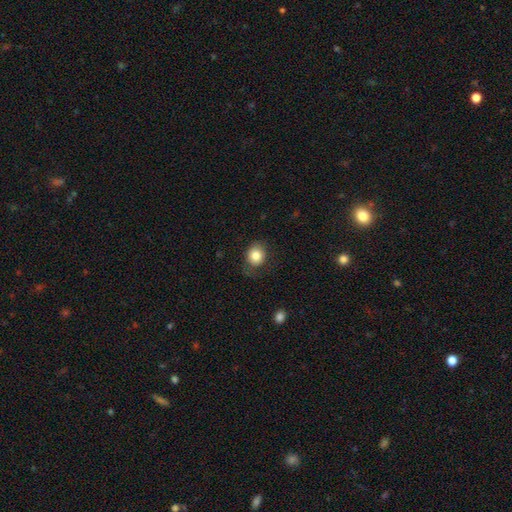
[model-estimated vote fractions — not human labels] Morphology: type=smooth (82%); roundness=round (71%); merging=none (71%).